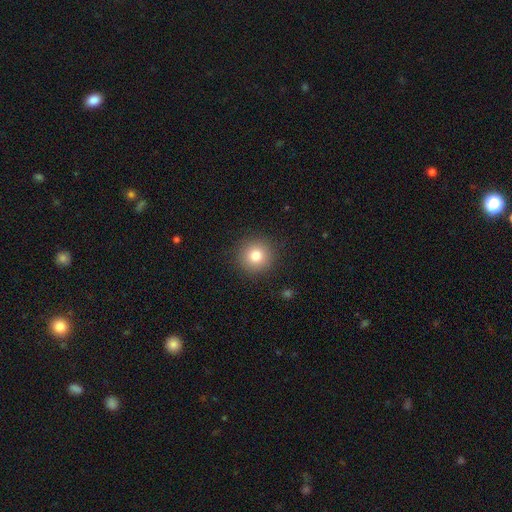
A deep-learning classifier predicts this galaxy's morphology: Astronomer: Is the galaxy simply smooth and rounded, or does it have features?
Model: smooth — 79%.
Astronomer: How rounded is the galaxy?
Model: round — 94%.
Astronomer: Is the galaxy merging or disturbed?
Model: none — 91%.